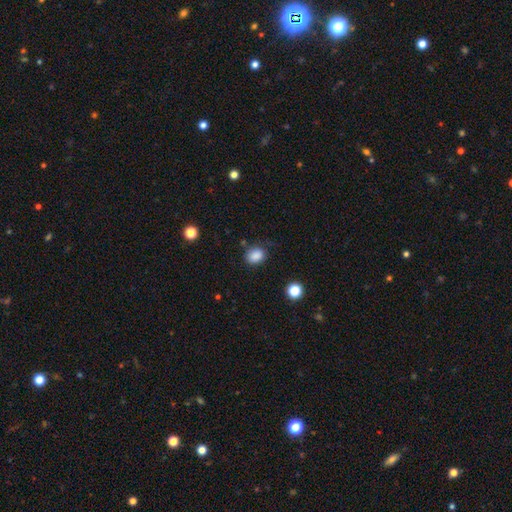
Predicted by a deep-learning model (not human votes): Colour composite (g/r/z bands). It shows a smooth galaxy with no disk features (86%) that is in between round and cigar-shaped (56%). Merging: none (74%).